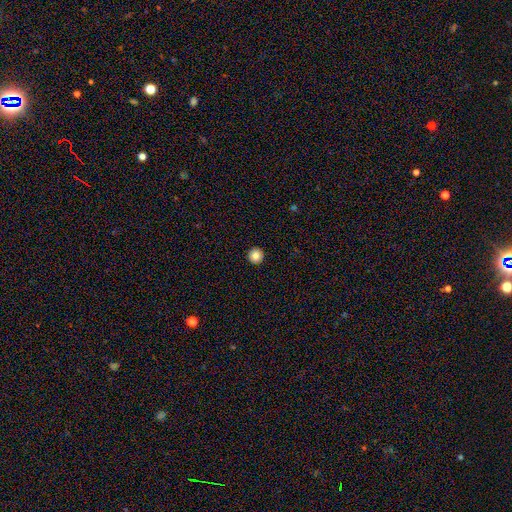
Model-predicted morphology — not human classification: Smooth or featured: smooth — 84% (star or artifact — 10%)
How rounded: round — 97% (in between — 3%)
Merging: none — 94% (minor disturbance — 4%)